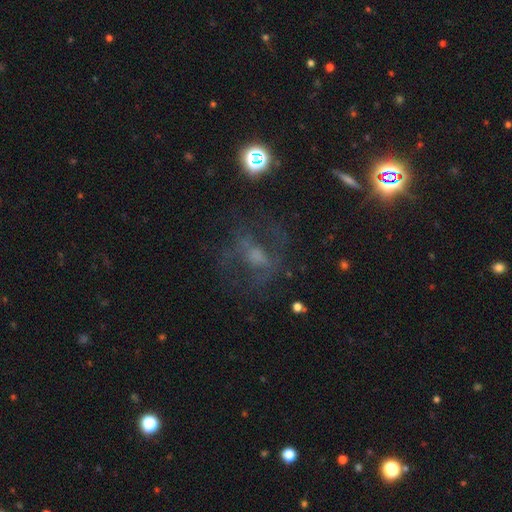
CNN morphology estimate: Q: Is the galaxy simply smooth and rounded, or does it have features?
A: featured or disk — 51%.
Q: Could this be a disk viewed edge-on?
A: no — 93%.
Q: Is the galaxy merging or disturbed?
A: none — 60%.